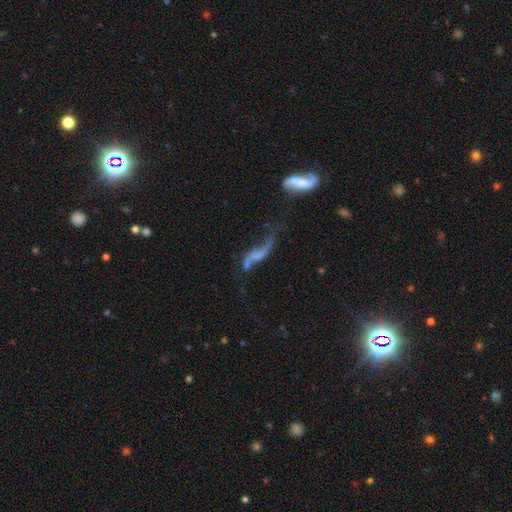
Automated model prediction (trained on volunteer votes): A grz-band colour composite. It shows a featured or disk galaxy (70%) with no bar (56%), spiral arms (78%) and no central bulge (58%). Merging: none (35%).